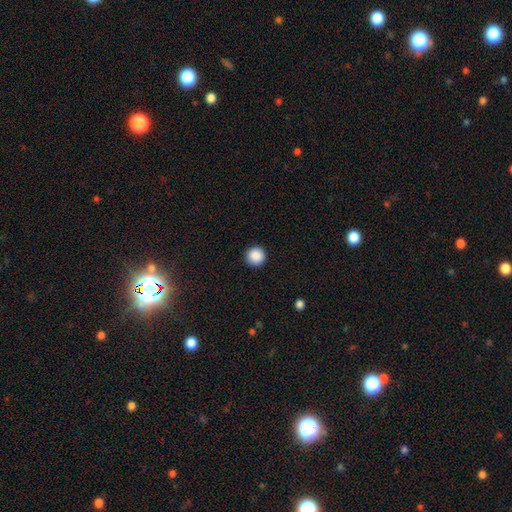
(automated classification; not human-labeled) Overall: smooth (89%). How rounded: round (96%). Merging: none (92%).